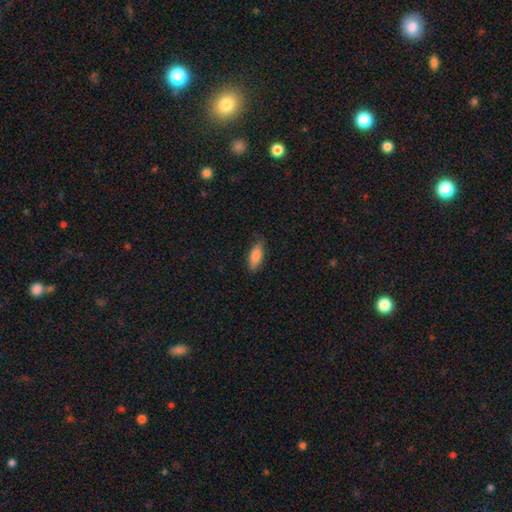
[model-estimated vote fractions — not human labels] Q: Smooth or featured?
A: smooth (81%); runner-up: featured or disk (12%)
Q: How rounded?
A: in between (71%); runner-up: cigar-shaped (27%)
Q: Merging?
A: none (79%); runner-up: minor disturbance (17%)